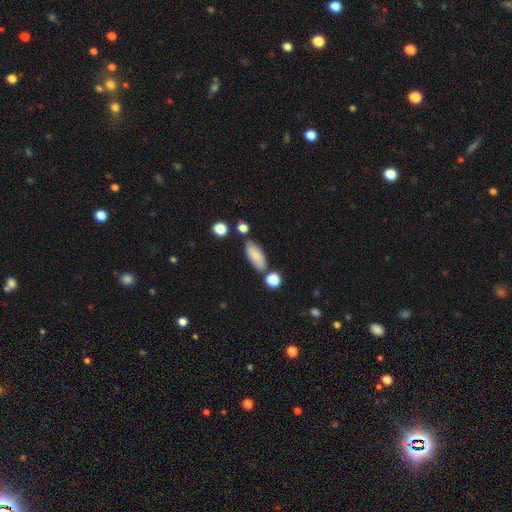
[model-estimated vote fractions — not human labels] smooth_or_featured: smooth (p=0.81) [alt: featured or disk p=0.12]
how_rounded: in between (p=0.79) [alt: cigar-shaped p=0.18]
merging: none (p=0.72) [alt: minor disturbance p=0.15]